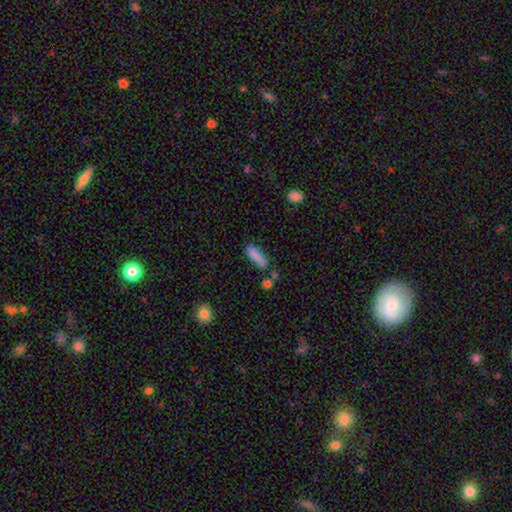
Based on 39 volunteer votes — Q: Smooth or featured?
A: smooth (90%); runner-up: featured or disk (5%)
Q: How rounded?
A: cigar-shaped (77%); runner-up: in between (20%)
Q: Merging?
A: none (86%); runner-up: minor disturbance (5%)